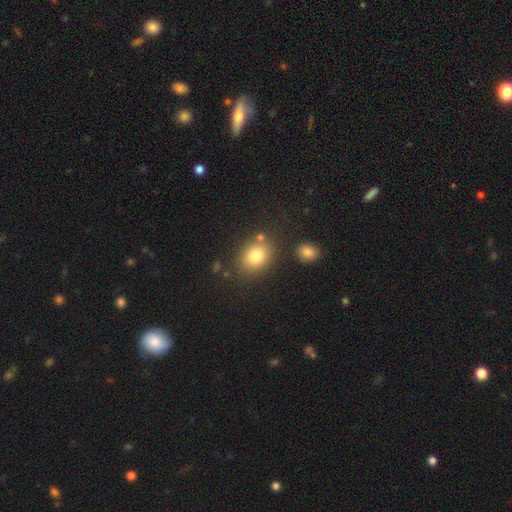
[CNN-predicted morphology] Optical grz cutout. It shows a smooth galaxy with no disk features (79%) that is in between round and cigar-shaped (55%). Merging: none (75%).